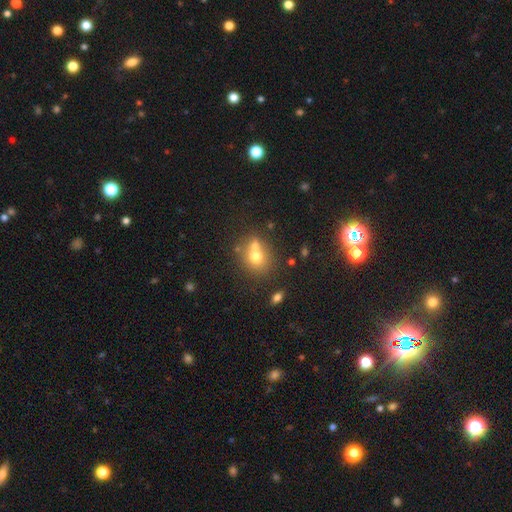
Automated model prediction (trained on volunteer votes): This is likely a smooth galaxy (66%). How rounded: likely round (70%). Merging: marginally merger (43%).